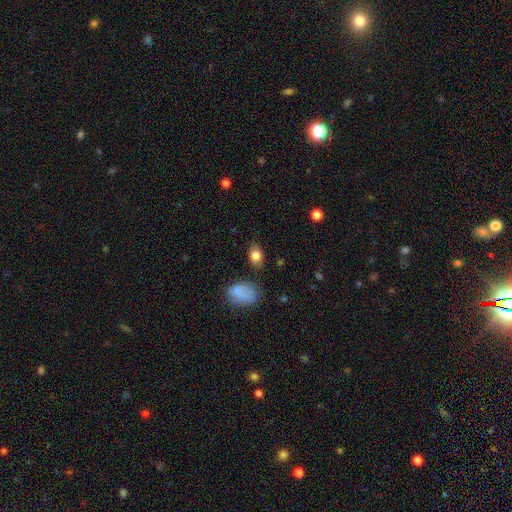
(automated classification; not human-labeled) Q: Smooth or featured?
A: smooth (81%); runner-up: featured or disk (10%)
Q: How rounded?
A: in between (79%); runner-up: round (19%)
Q: Merging?
A: none (79%); runner-up: minor disturbance (14%)